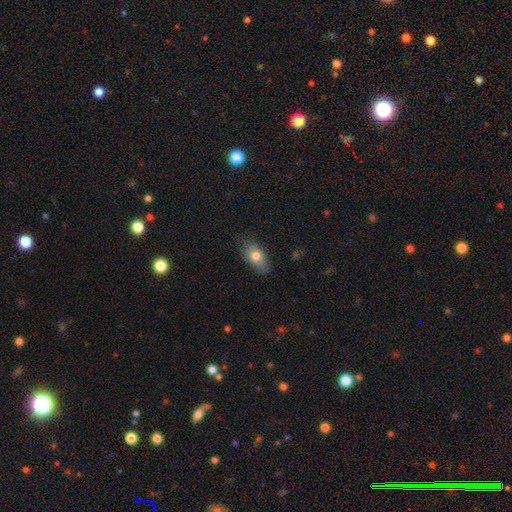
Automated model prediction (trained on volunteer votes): This is likely a smooth galaxy (74%). How rounded: clearly in between (88%). Merging: likely none (78%).